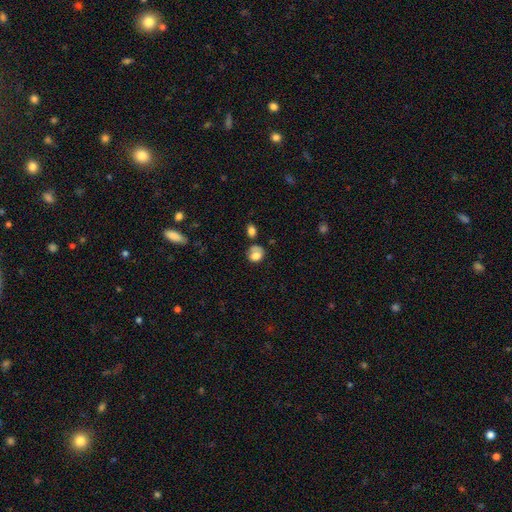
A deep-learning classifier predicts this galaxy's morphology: type=smooth (71%); roundness=round (57%); merging=none (38%).